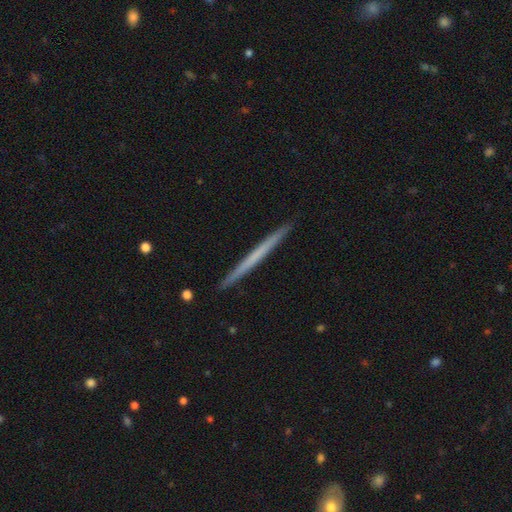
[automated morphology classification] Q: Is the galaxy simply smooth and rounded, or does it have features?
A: featured or disk — 48%.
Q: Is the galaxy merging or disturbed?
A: none — 93%.